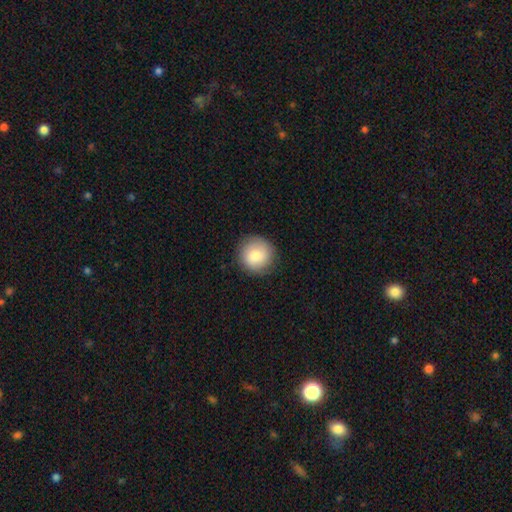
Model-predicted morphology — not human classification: A smooth galaxy with no disk features (83%) that is round (94%).

Vote fractions:
- Smooth or featured? smooth: 83% / featured or disk: 10% / star or artifact: 7%
- How rounded? round: 94% / in between: 5% / cigar-shaped: 1%
- Merging? none: 88% / minor disturbance: 9% / major disturbance: 2% / merger: 1%